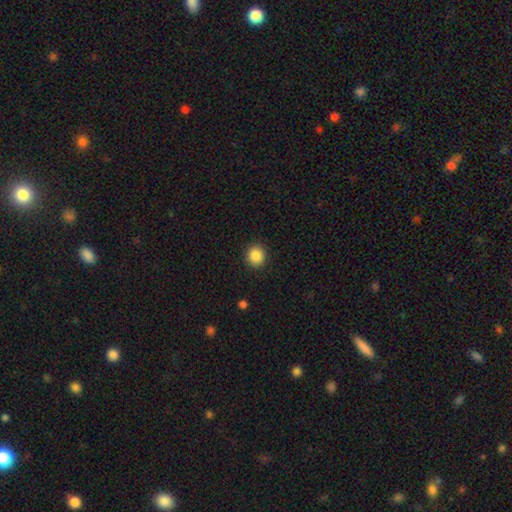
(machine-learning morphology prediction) Smooth or featured? smooth (87%)
How rounded? round (88%)
Merging? none (91%)